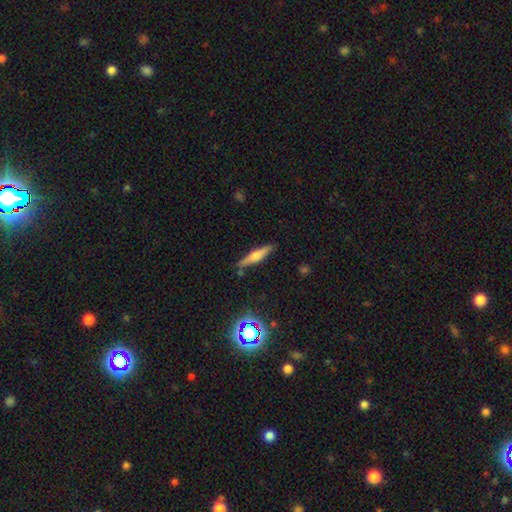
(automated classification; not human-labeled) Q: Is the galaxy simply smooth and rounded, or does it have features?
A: featured or disk — 47%.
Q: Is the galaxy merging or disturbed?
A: none — 85%.